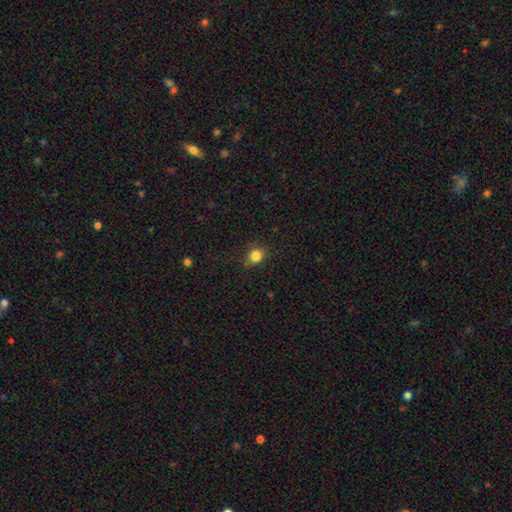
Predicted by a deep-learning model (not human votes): The model was most divided on "how rounded": round: 77%, in between: 22%, cigar-shaped: 1%. More confident: merging — none (84%); smooth or featured — smooth (83%).